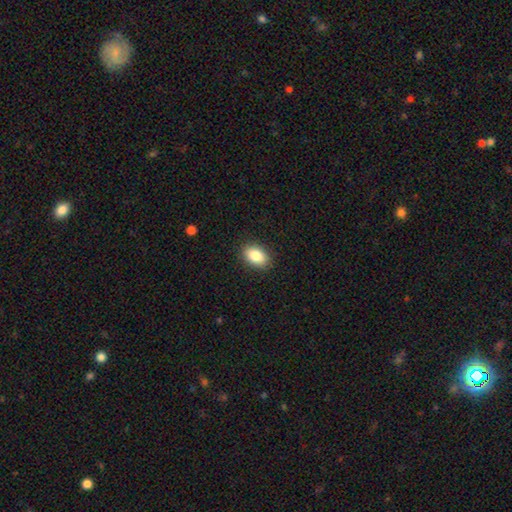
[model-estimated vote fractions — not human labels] Q: Smooth or featured?
A: smooth (85%); runner-up: star or artifact (8%)
Q: How rounded?
A: in between (85%); runner-up: round (14%)
Q: Merging?
A: none (89%); runner-up: minor disturbance (8%)